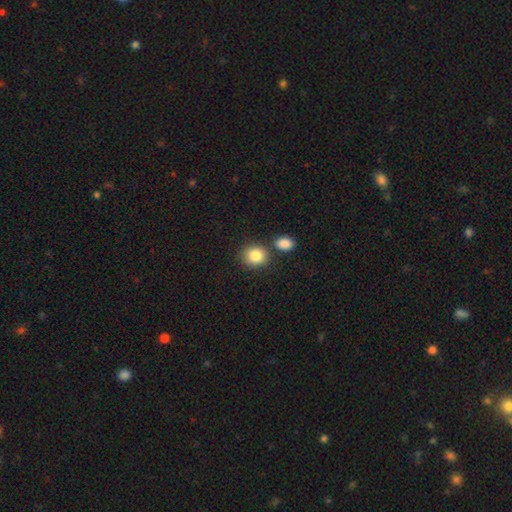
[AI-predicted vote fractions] The model was most divided on "how rounded": round: 69%, in between: 29%, cigar-shaped: 1%. More confident: smooth or featured — smooth (86%); merging — none (71%).